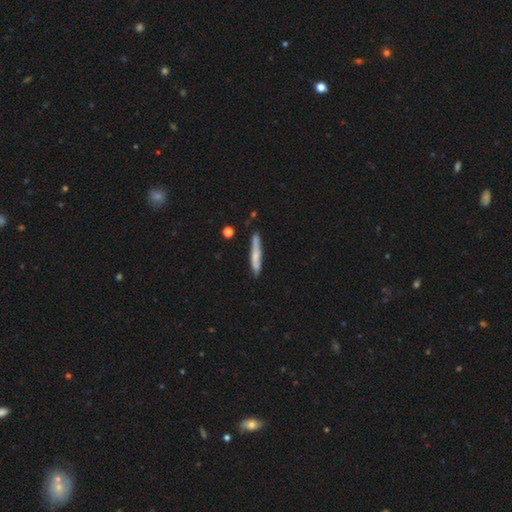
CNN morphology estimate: Smooth or featured: smooth — 58% (featured or disk — 36%)
How rounded: cigar-shaped — 94% (in between — 5%)
Merging: none — 79% (minor disturbance — 15%)